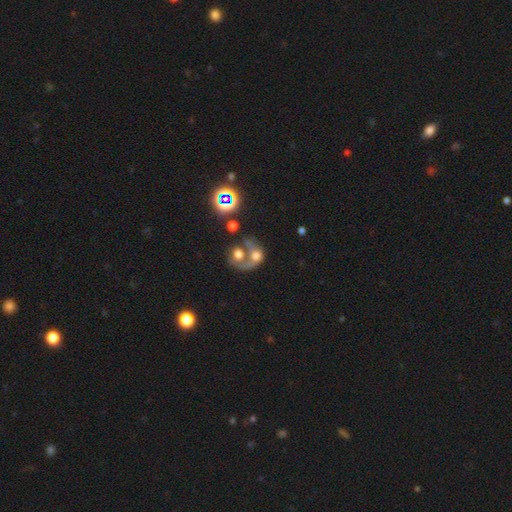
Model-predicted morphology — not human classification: This is possibly a smooth galaxy (46%). Merging: likely merger (65%).